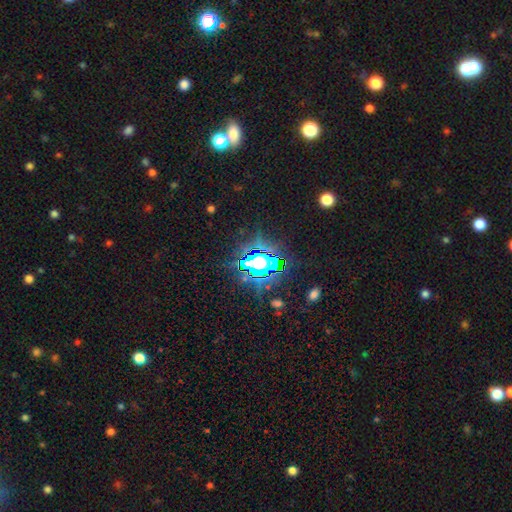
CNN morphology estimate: Smooth or featured? Predicted: star or artifact (p=0.80).